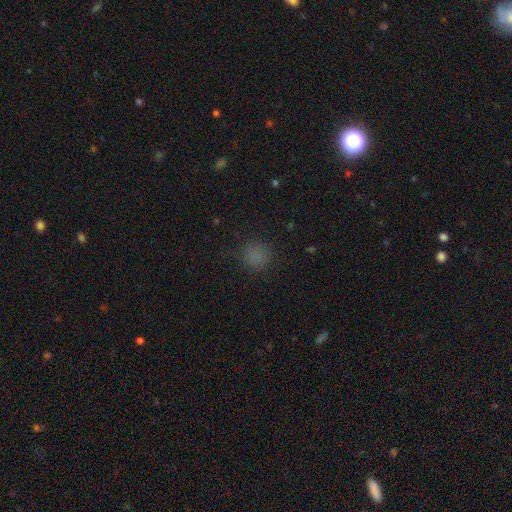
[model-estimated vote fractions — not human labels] Smooth or featured: smooth — 77% (star or artifact — 18%)
How rounded: round — 89% (in between — 10%)
Merging: none — 84% (minor disturbance — 10%)